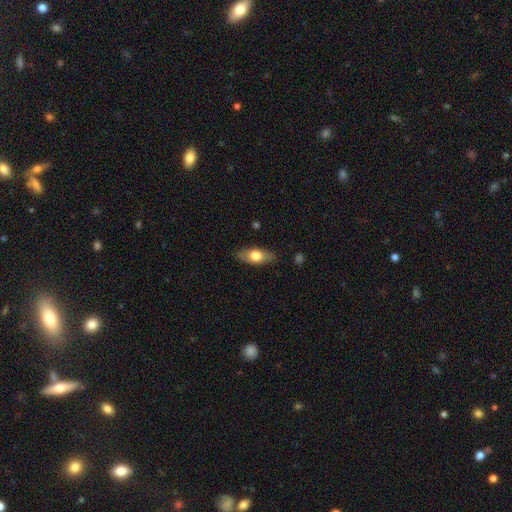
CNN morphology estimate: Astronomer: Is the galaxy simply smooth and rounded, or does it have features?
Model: smooth — 67%.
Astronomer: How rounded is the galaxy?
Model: in between — 83%.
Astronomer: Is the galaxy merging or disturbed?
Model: none — 84%.